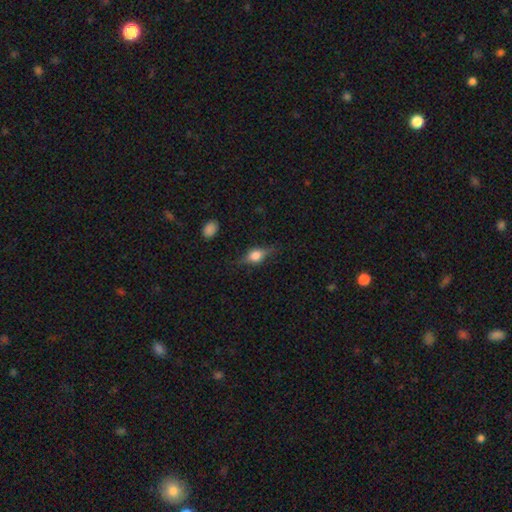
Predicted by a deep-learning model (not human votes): smooth_or_featured: featured or disk (p=0.47) [alt: smooth p=0.43]
merging: none (p=0.77) [alt: minor disturbance p=0.16]